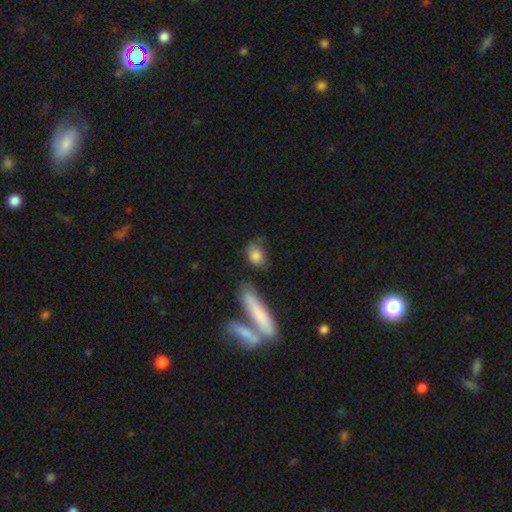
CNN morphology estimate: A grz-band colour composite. It shows a smooth galaxy with no disk features (82%) that is in between round and cigar-shaped (68%). Merging: none (59%).